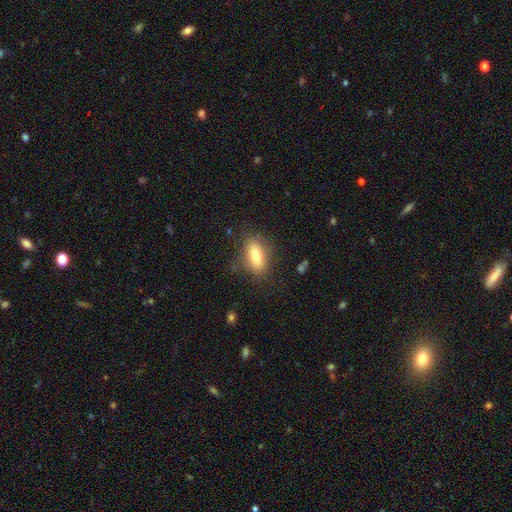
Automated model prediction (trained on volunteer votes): smooth_or_featured: smooth (p=0.74) [alt: featured or disk p=0.18]
how_rounded: in between (p=0.82) [alt: cigar-shaped p=0.11]
merging: none (p=0.78) [alt: minor disturbance p=0.15]